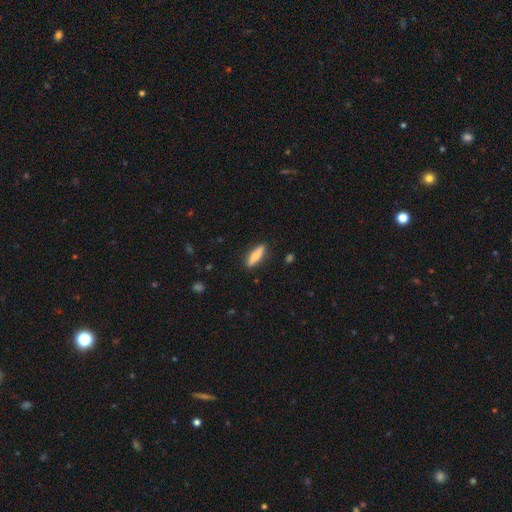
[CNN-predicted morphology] A smooth galaxy with no disk features (70%) that is cigar-shaped (67%). Merging: none (88%).